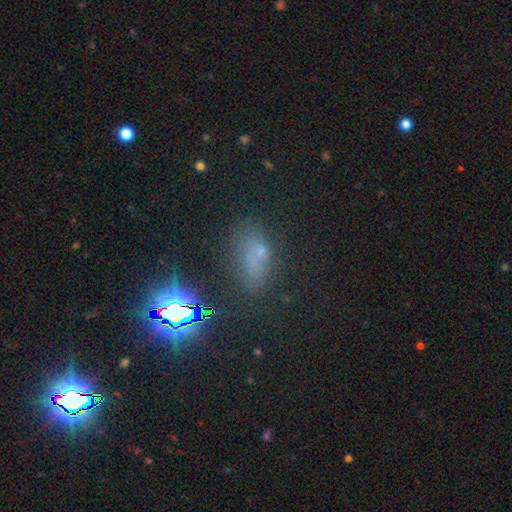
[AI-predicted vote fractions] Overall: smooth (43%; star or artifact 42%). Merging: none (57%; minor disturbance 20%).